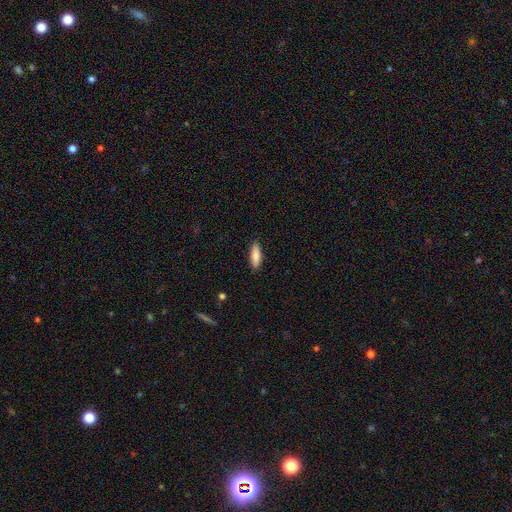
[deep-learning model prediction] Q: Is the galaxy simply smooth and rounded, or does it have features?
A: smooth — 85%.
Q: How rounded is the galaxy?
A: in between — 52%.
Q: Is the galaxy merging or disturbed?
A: none — 89%.